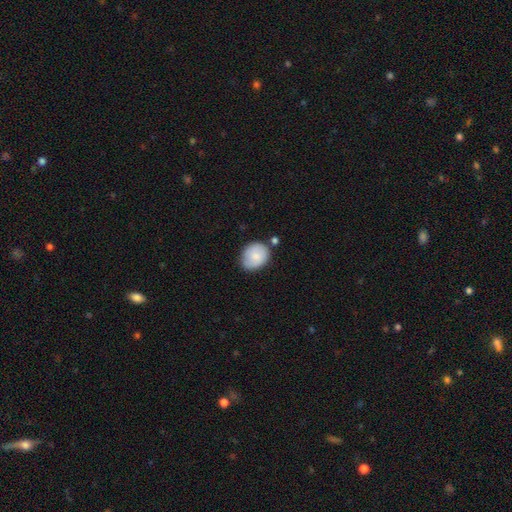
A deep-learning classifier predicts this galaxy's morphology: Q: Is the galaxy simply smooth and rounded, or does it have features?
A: smooth — 79%.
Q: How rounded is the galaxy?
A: in between — 52%.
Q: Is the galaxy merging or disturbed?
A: none — 68%.